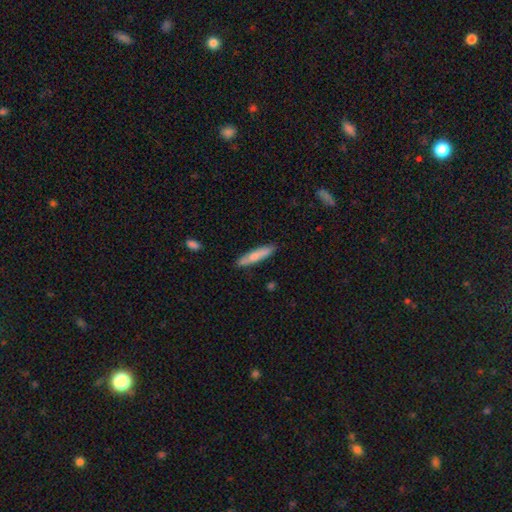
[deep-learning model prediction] The model was most divided on "smooth or featured": smooth: 71%, featured or disk: 24%, star or artifact: 5%. More confident: merging — none (87%); how rounded — cigar-shaped (85%).